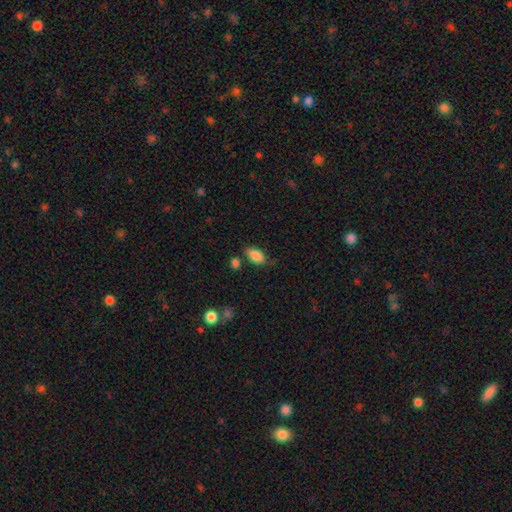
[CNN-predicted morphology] type=smooth (86%); roundness=in between (90%); merging=none (66%).